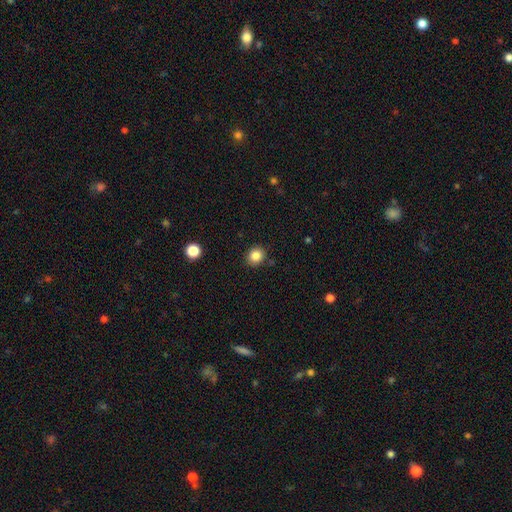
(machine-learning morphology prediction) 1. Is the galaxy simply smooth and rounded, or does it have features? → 85% smooth, 11% star or artifact, 5% featured or disk.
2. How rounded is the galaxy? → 72% round, 28% in between, 1% cigar-shaped.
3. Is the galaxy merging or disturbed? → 87% none, 9% minor disturbance, 2% major disturbance, 2% merger.